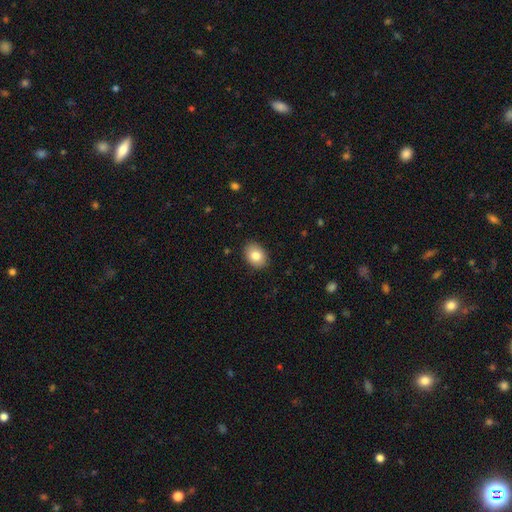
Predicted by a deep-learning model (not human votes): Smooth or featured? smooth (83%)
How rounded? in between (70%)
Merging? none (88%)